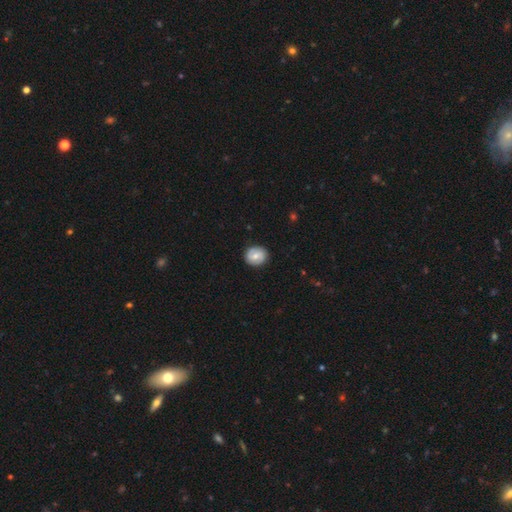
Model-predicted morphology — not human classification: type=smooth (49%); merging=none (86%).